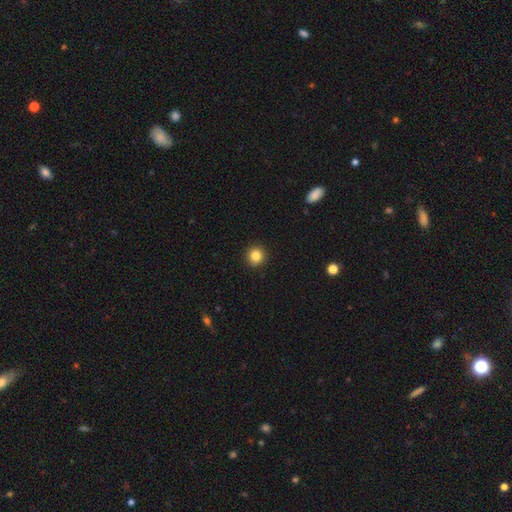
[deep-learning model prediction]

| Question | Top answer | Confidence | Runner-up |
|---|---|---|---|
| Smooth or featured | smooth | 84% | star or artifact (11%) |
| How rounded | round | 94% | in between (5%) |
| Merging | none | 93% | minor disturbance (5%) |